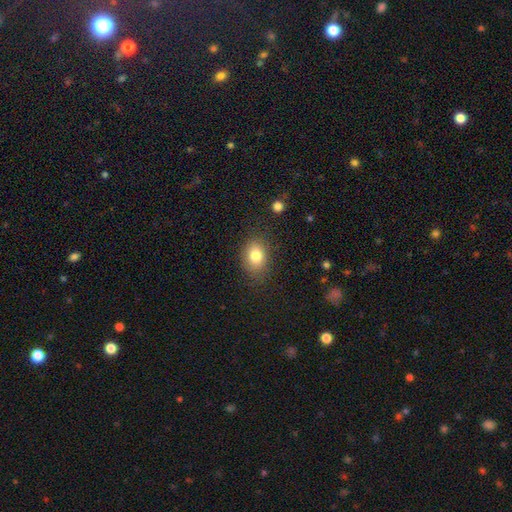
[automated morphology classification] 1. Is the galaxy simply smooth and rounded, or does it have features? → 81% smooth, 10% star or artifact, 9% featured or disk.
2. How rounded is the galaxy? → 64% in between, 34% round, 1% cigar-shaped.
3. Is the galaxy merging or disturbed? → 80% none, 14% minor disturbance, 4% major disturbance, 2% merger.